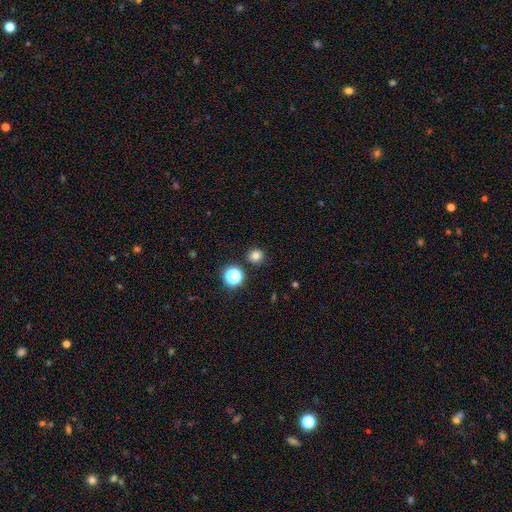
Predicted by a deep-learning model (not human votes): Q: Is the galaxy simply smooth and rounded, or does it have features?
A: smooth — 79%.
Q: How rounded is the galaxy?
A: round — 93%.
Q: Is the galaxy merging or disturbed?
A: none — 89%.